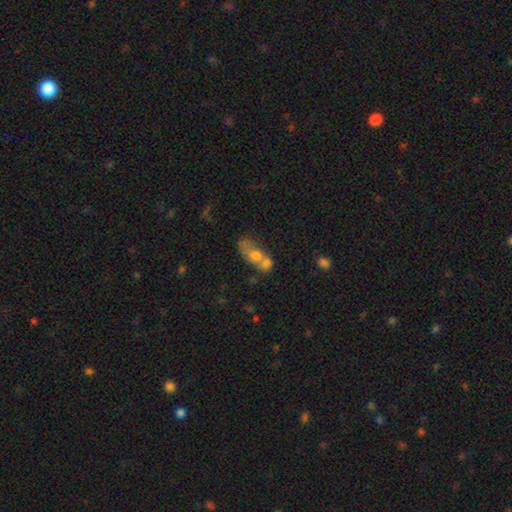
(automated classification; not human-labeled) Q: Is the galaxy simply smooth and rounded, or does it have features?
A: smooth — 63%.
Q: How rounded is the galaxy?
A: in between — 70%.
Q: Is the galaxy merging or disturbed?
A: merger — 66%.